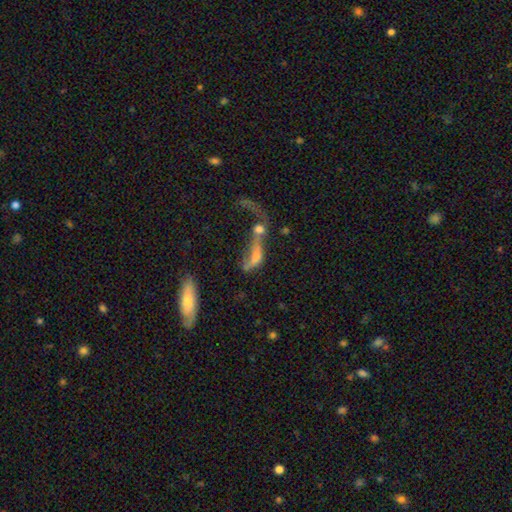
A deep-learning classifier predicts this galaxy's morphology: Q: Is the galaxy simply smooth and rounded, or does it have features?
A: featured or disk — 45%.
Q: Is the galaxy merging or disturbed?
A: merger — 55%.